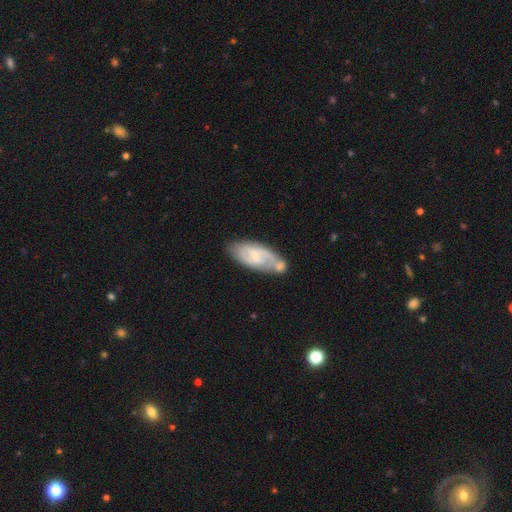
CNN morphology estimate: Smooth or featured: featured or disk — 68% (smooth — 26%)
Edge-on disk: no — 93% (yes — 7%)
Bar: weak — 55% (no — 26%)
Spiral arms: yes — 88% (no — 12%)
Spiral winding: medium — 45% (tight — 35%)
Spiral arm count: 2 — 67% (can't tell — 18%)
Bulge size: small — 57% (moderate — 21%)
Merging: none — 47% (merger — 23%)